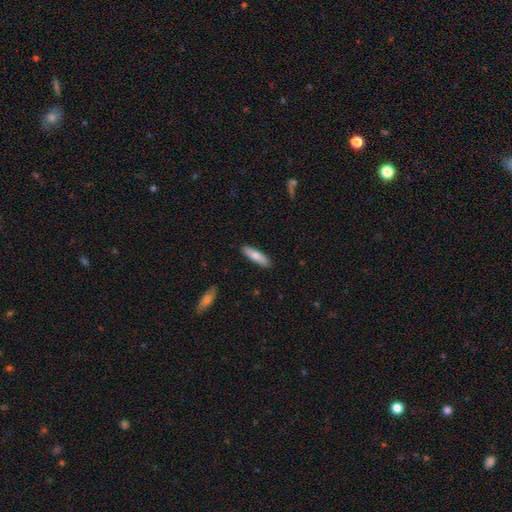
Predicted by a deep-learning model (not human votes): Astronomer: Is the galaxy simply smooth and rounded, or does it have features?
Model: smooth — 75%.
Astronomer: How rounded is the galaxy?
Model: cigar-shaped — 66%.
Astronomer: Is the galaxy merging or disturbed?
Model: none — 88%.